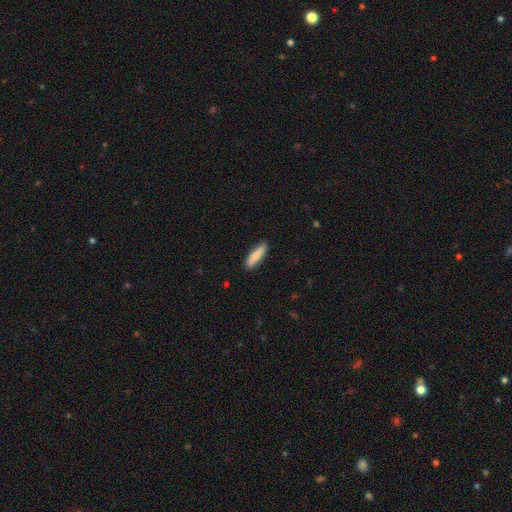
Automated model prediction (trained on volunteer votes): Smooth or featured: smooth — 78% (featured or disk — 16%)
How rounded: cigar-shaped — 70% (in between — 28%)
Merging: none — 88% (minor disturbance — 10%)